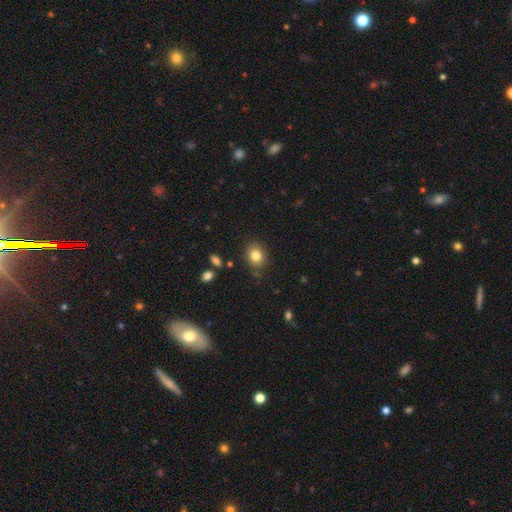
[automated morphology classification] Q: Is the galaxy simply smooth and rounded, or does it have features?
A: smooth — 82%.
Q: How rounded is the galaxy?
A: round — 56%.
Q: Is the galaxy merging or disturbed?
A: none — 81%.